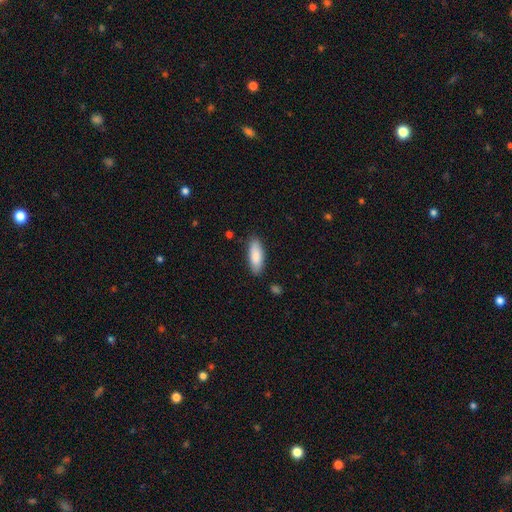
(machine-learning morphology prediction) smooth 87%, featured or disk 8%, star or artifact 6%. Down the decision tree: how rounded — in between (70%); merging — none (86%).